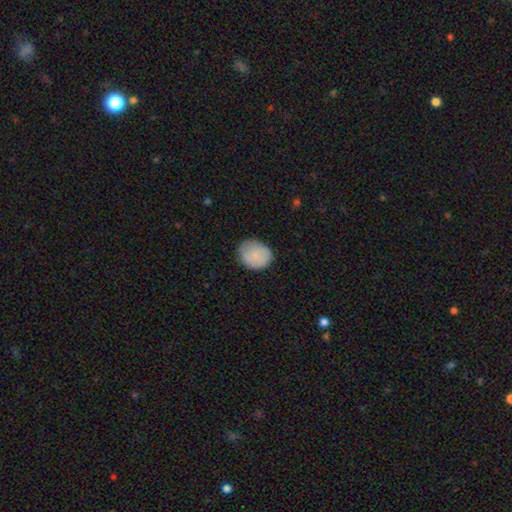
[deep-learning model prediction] smooth-or-featured: smooth: 82% | featured or disk: 11% | star or artifact: 7%
  how-rounded: round: 62% | in between: 37% | cigar-shaped: 1%
  merging: none: 73% | minor disturbance: 22% | major disturbance: 4% | merger: 1%